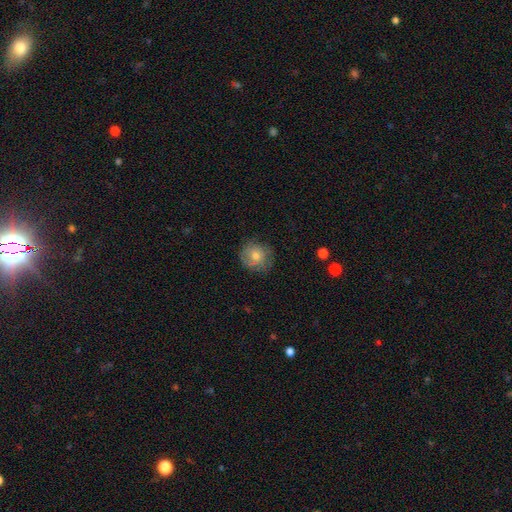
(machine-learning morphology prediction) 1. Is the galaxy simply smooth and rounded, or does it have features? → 56% smooth, 33% featured or disk, 11% star or artifact.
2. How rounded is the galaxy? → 87% round, 12% in between, 1% cigar-shaped.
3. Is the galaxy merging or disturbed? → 76% none, 18% minor disturbance, 5% major disturbance, 1% merger.